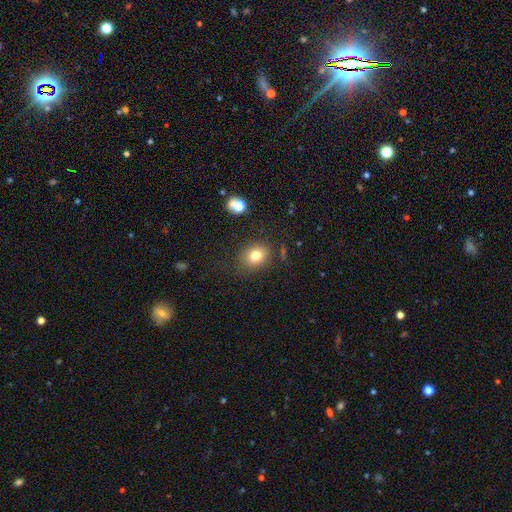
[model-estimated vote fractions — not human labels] A smooth galaxy with no disk features (78%) that is round (54%). Merging: none (81%).